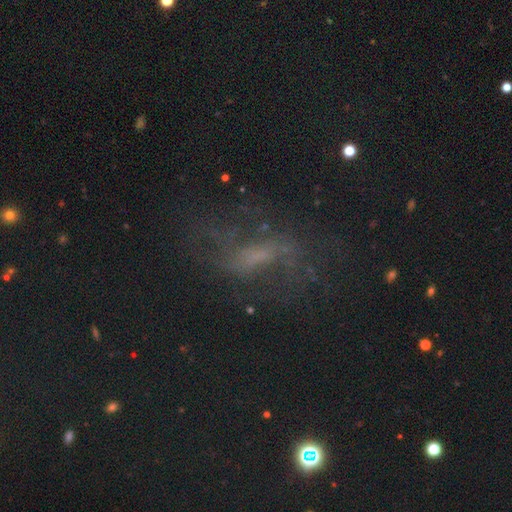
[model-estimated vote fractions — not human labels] Smooth or featured? Predicted: featured or disk (p=0.45). Merging? Predicted: none (p=0.51).